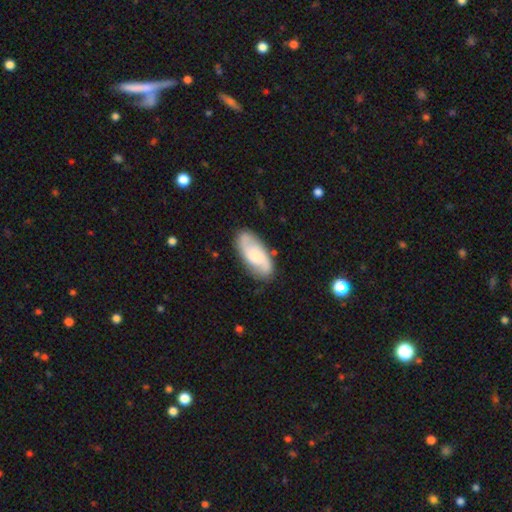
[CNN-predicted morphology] The model was most divided on "spiral winding": loose: 41%, medium: 40%, tight: 18%. Remaining: edge-on disk — no (94%); spiral arms — yes (93%); spiral arm count — 2 (87%); merging — none (80%); bar — no (62%); smooth or featured — featured or disk (60%); bulge size — small (46%).